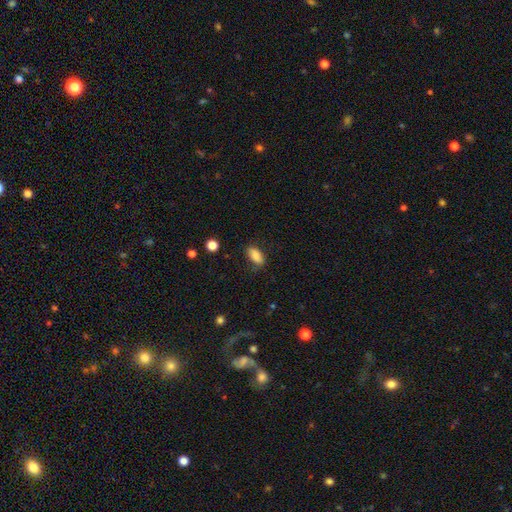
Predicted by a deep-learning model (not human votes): Smooth or featured? smooth (83%)
How rounded? in between (91%)
Merging? none (76%)